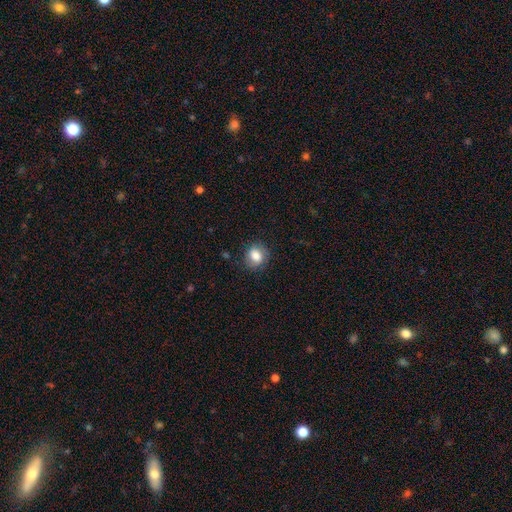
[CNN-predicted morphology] A smooth galaxy with no disk features (80%) that is round (67%).

Vote fractions:
- Smooth or featured? smooth: 80% / featured or disk: 11% / star or artifact: 9%
- How rounded? round: 67% / in between: 32% / cigar-shaped: 1%
- Merging? none: 79% / minor disturbance: 16% / major disturbance: 4% / merger: 1%